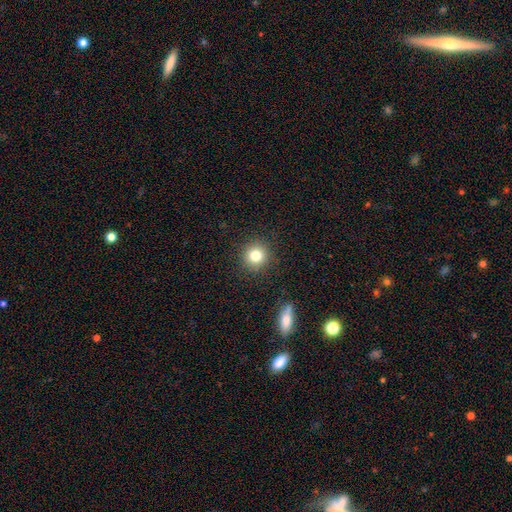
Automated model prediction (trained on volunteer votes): A smooth galaxy with no disk features (80%) that is round (92%).

Vote fractions:
- Smooth or featured? smooth: 80% / star or artifact: 12% / featured or disk: 8%
- How rounded? round: 92% / in between: 7% / cigar-shaped: 1%
- Merging? none: 91% / minor disturbance: 6% / major disturbance: 2% / merger: 1%